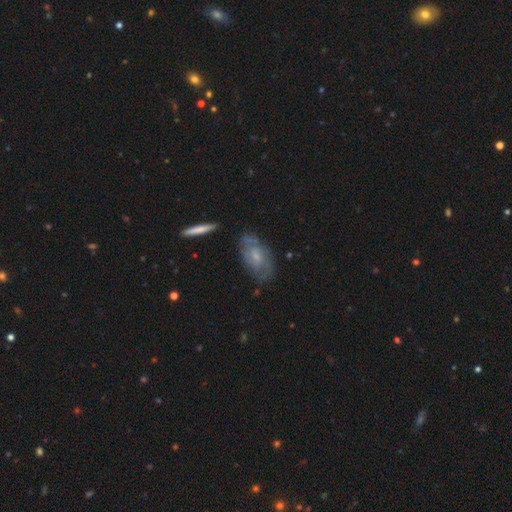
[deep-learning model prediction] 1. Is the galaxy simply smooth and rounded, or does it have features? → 57% featured or disk, 35% smooth, 7% star or artifact.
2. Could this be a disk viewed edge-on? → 90% no, 10% yes.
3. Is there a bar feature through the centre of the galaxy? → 64% no, 31% weak, 5% strong.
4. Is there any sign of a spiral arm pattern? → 71% yes, 29% no.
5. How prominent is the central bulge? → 54% small, 29% moderate, 13% none, 3% large, 1% dominant.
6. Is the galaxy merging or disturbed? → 66% none, 23% minor disturbance, 8% major disturbance, 3% merger.